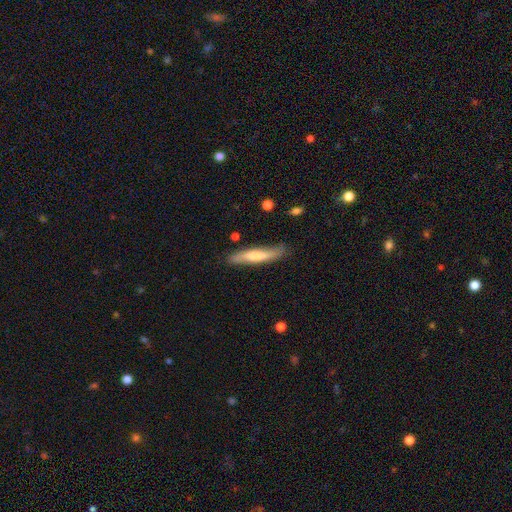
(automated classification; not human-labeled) A smooth galaxy with no disk features (62%) that is cigar-shaped (87%).

Vote fractions:
- Smooth or featured? smooth: 62% / featured or disk: 33% / star or artifact: 5%
- How rounded? cigar-shaped: 87% / in between: 11% / round: 1%
- Merging? none: 74% / minor disturbance: 20% / major disturbance: 4% / merger: 2%